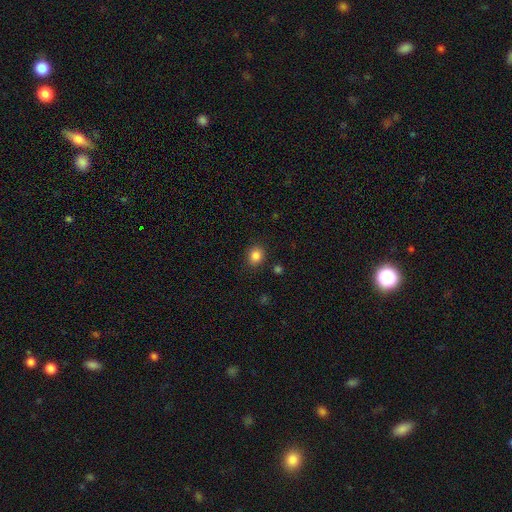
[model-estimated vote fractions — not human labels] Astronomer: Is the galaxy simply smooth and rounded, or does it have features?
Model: smooth — 84%.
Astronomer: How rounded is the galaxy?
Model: round — 72%.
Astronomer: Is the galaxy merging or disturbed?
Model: none — 88%.